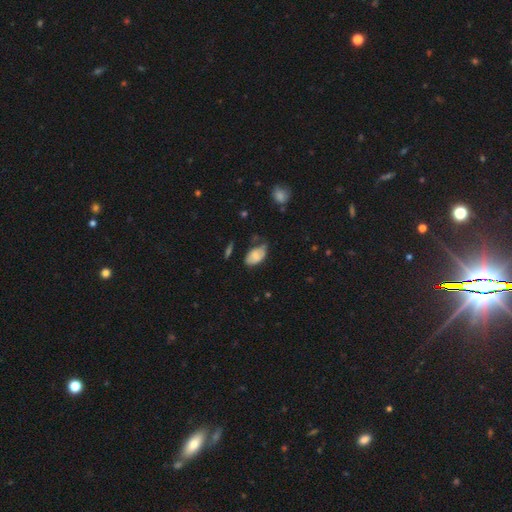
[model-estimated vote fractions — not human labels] Smooth or featured? smooth (71%)
How rounded? in between (93%)
Merging? none (48%)